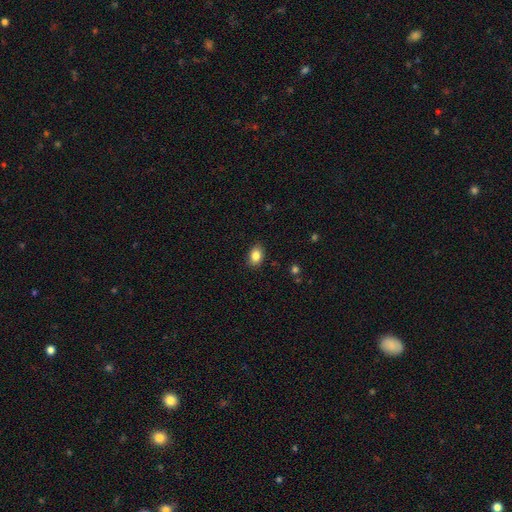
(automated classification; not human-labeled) Smooth or featured: smooth — 85% (star or artifact — 9%)
How rounded: in between — 73% (round — 26%)
Merging: none — 86% (minor disturbance — 11%)